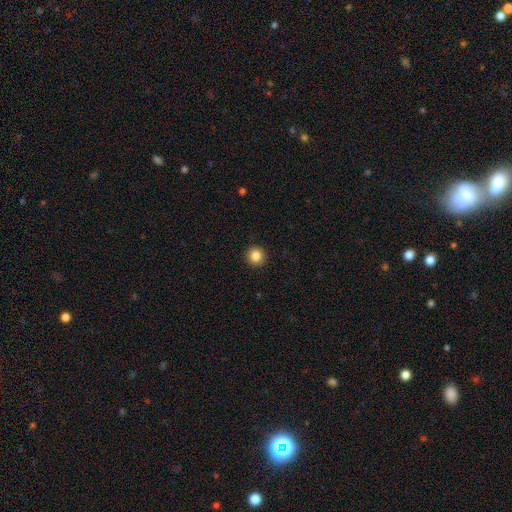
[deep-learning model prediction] smooth 85%, star or artifact 10%, featured or disk 5%. Down the decision tree: how rounded — round (95%); merging — none (93%).